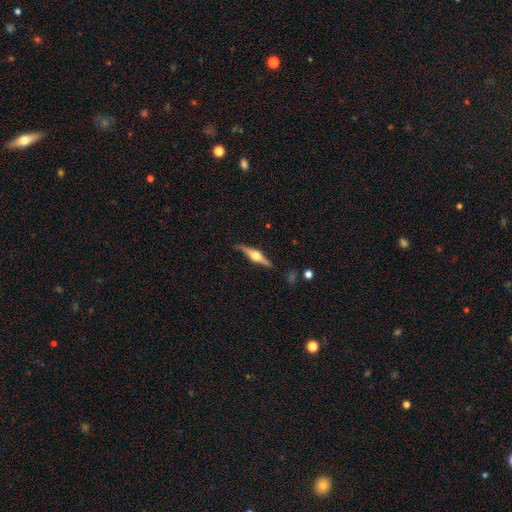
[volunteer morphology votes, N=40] smooth-or-featured: featured or disk: 60% | smooth: 35% | star or artifact: 5%
  disk-edge-on: yes: 100% | no: 0%
    edge-on-bulge: rounded: 100% | boxy: 0% | none: 0%
  merging: none: 63% | minor disturbance: 32% | major disturbance: 5% | merger: 0%